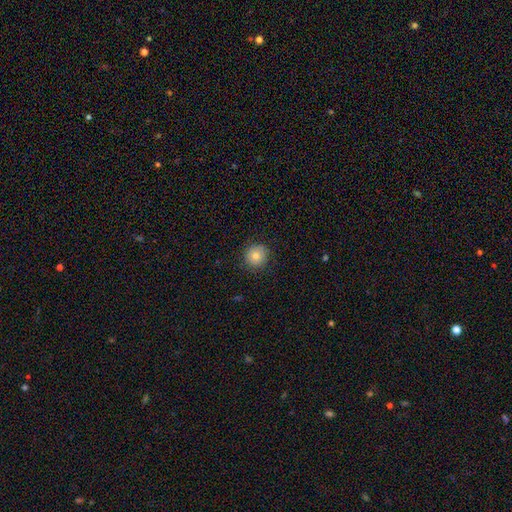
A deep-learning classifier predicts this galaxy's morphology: The model was most divided on "smooth or featured": smooth: 78%, featured or disk: 12%, star or artifact: 10%. More confident: how rounded — round (93%); merging — none (87%).